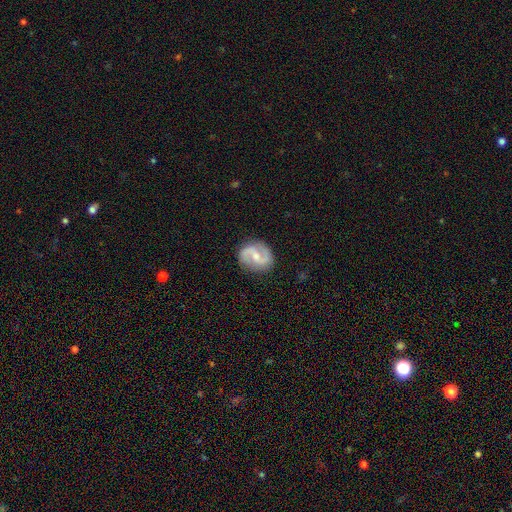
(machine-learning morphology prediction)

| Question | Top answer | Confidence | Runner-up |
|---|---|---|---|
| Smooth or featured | featured or disk | 85% | smooth (10%) |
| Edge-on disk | no | 98% | yes (2%) |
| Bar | weak | 52% | no (28%) |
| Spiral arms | yes | 96% | no (4%) |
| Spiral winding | medium | 53% | loose (29%) |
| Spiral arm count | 2 | 93% | can't tell (2%) |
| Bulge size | moderate | 53% | small (40%) |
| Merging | none | 85% | minor disturbance (11%) |